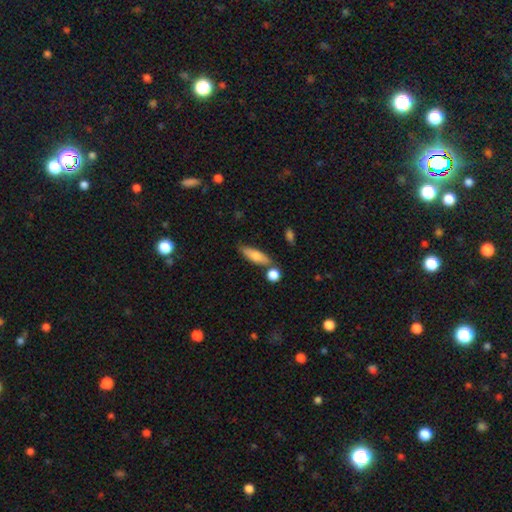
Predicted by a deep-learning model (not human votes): This appears to be a smooth galaxy with no disk features (71%) that is in between round and cigar-shaped (50%). Merging: none (72%).